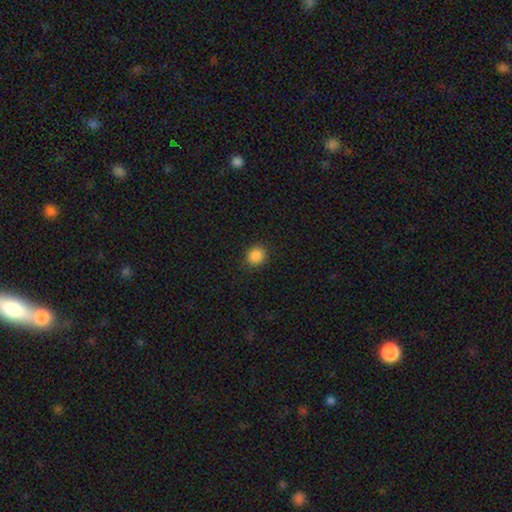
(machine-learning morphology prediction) This appears to be a smooth galaxy with no disk features (87%) that is round (86%). Merging: none (91%).